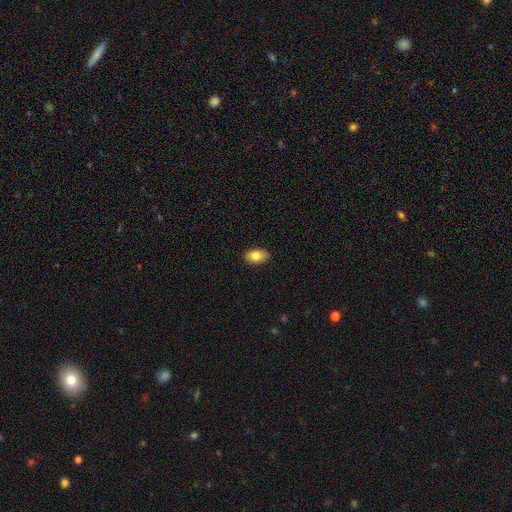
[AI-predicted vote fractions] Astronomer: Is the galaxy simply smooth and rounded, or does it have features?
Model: smooth — 82%.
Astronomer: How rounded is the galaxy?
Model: in between — 89%.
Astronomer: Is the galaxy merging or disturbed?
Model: none — 90%.